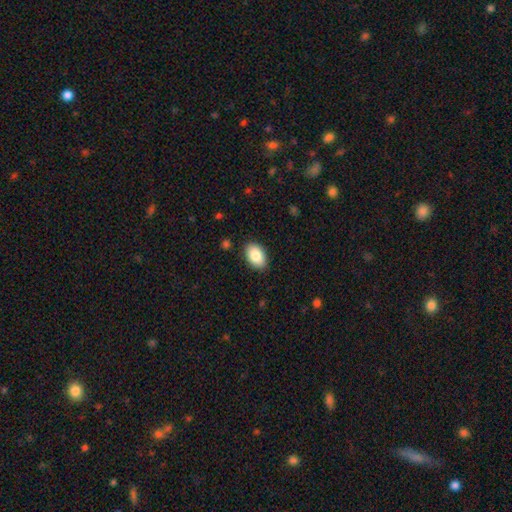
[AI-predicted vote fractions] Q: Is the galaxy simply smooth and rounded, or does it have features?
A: smooth — 86%.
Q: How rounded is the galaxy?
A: in between — 91%.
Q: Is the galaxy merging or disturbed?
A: none — 87%.